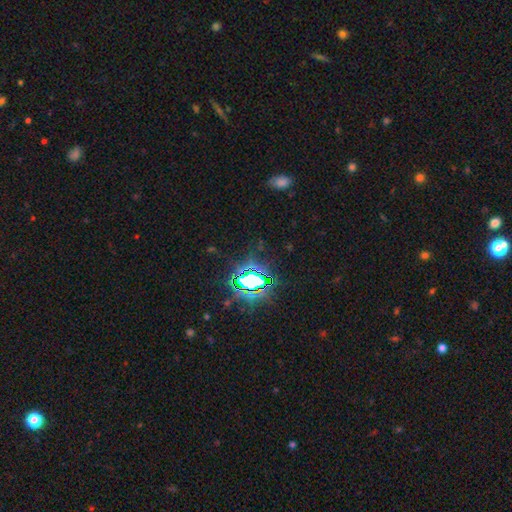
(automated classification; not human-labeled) This is clearly a star or artifact rather than a galaxy (82%).